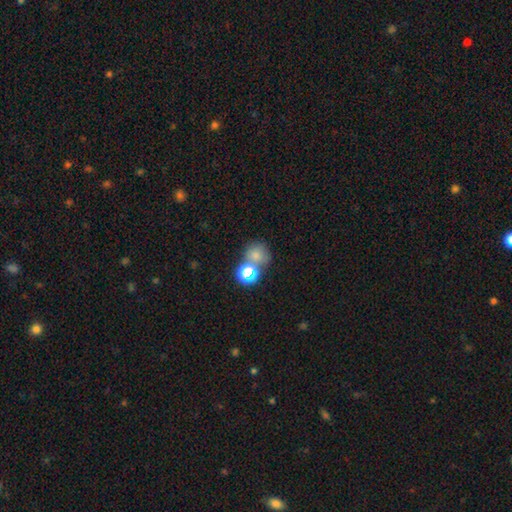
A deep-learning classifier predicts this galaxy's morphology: type=smooth (70%); roundness=round (80%); merging=none (50%).